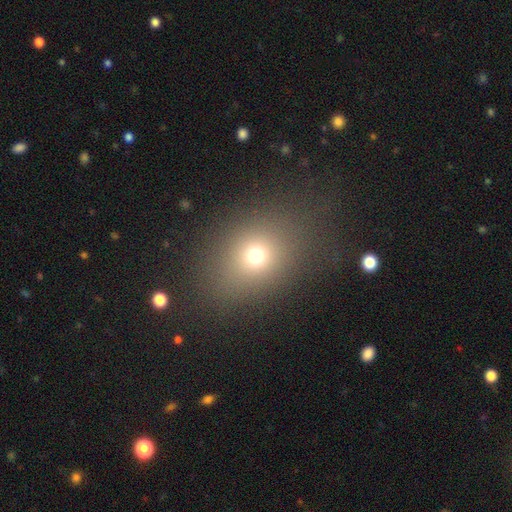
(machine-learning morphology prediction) smooth_or_featured: smooth (p=0.69) [alt: star or artifact p=0.19]
how_rounded: round (p=0.52) [alt: in between p=0.47]
merging: none (p=0.78) [alt: minor disturbance p=0.11]